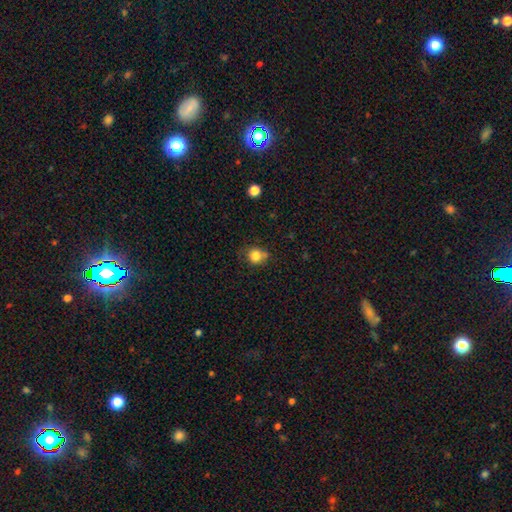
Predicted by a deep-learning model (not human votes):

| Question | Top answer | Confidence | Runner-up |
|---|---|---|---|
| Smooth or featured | smooth | 82% | star or artifact (11%) |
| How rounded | round | 83% | in between (17%) |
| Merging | none | 63% | minor disturbance (20%) |